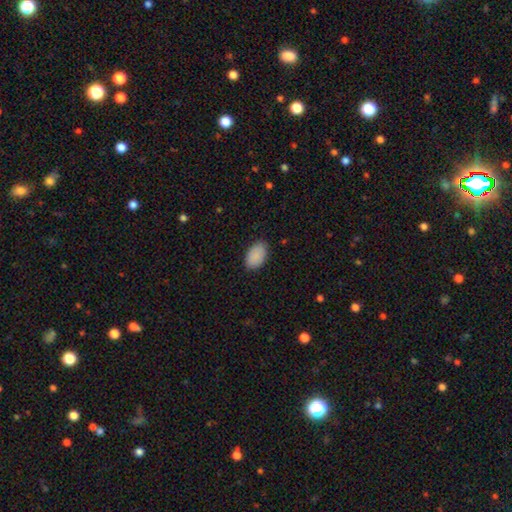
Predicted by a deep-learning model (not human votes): The model was most divided on "merging": none: 84%, minor disturbance: 13%, major disturbance: 2%, merger: 1%. More confident: how rounded — in between (92%); smooth or featured — smooth (89%).